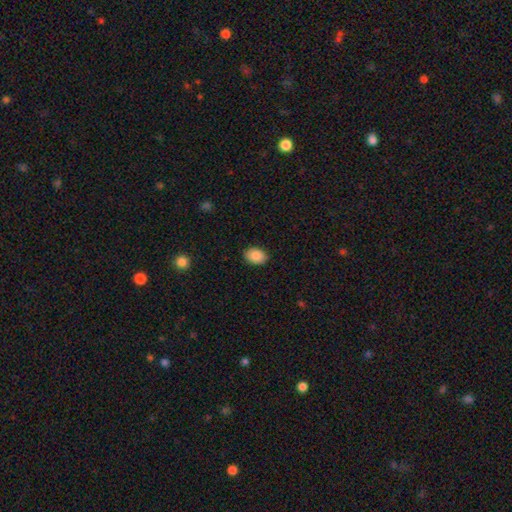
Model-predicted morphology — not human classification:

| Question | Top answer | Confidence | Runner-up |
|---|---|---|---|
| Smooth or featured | smooth | 87% | star or artifact (7%) |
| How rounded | in between | 76% | round (23%) |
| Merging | none | 88% | minor disturbance (9%) |